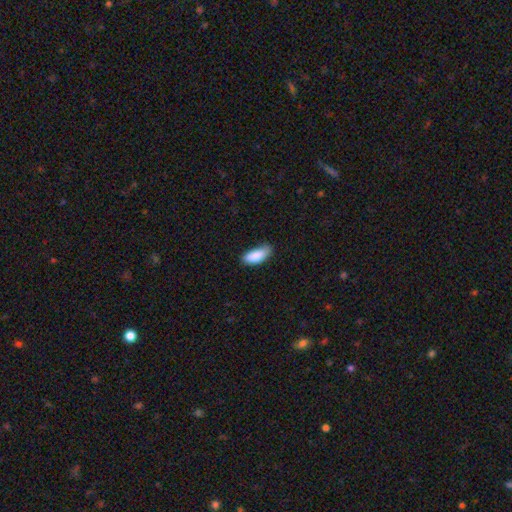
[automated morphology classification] type=smooth (88%); roundness=in between (84%); merging=none (65%).